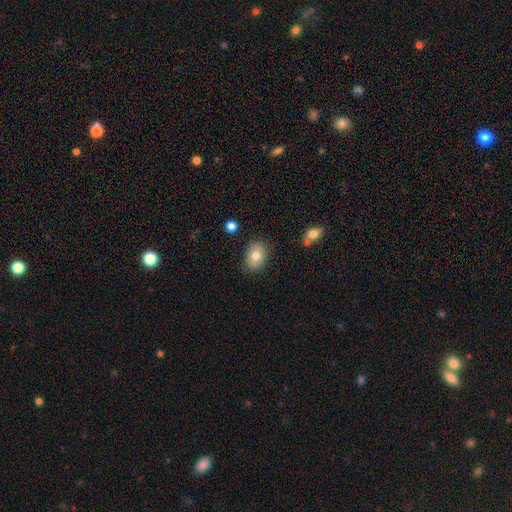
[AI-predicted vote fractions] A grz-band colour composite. It shows a smooth galaxy with no disk features (76%) that is in between round and cigar-shaped (63%). Merging: none (83%).